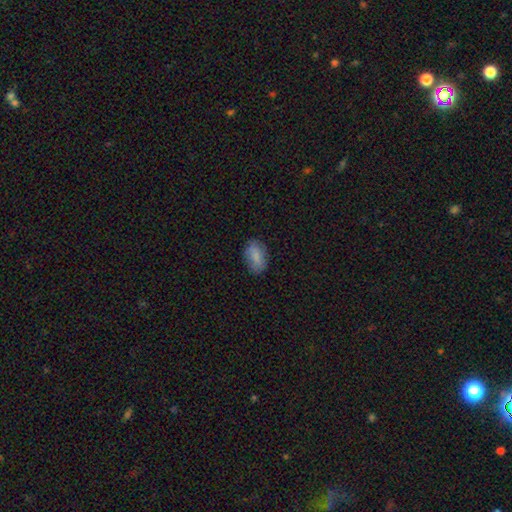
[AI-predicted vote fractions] A smooth galaxy with no disk features (82%) that is in between round and cigar-shaped (91%). Merging: none (77%).